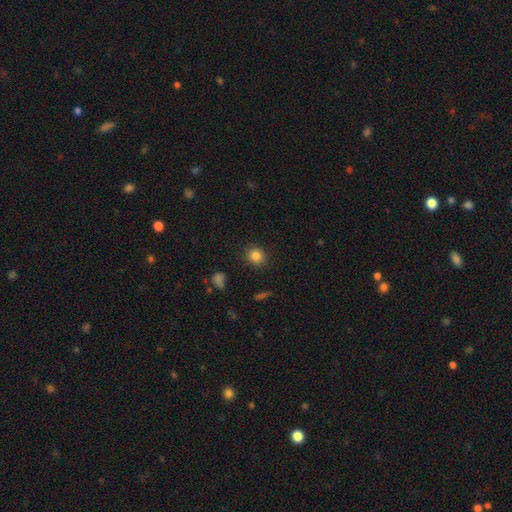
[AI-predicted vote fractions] A smooth galaxy with no disk features (85%) that is round (80%).

Vote fractions:
- Smooth or featured? smooth: 85% / star or artifact: 11% / featured or disk: 5%
- How rounded? round: 80% / in between: 19% / cigar-shaped: 1%
- Merging? none: 88% / minor disturbance: 8% / major disturbance: 3% / merger: 1%